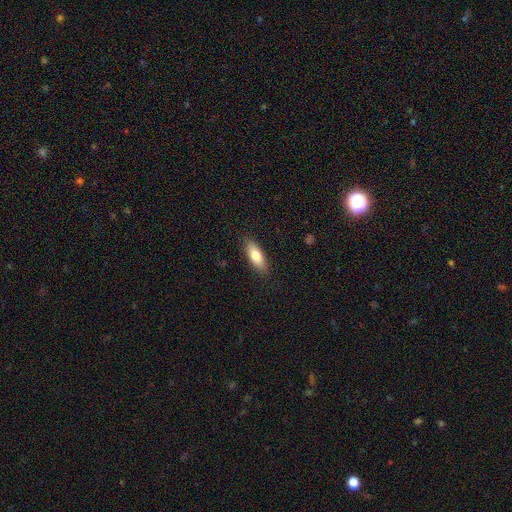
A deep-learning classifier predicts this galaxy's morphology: Smooth or featured: smooth — 81% (featured or disk — 13%)
How rounded: in between — 70% (cigar-shaped — 28%)
Merging: none — 87% (minor disturbance — 9%)